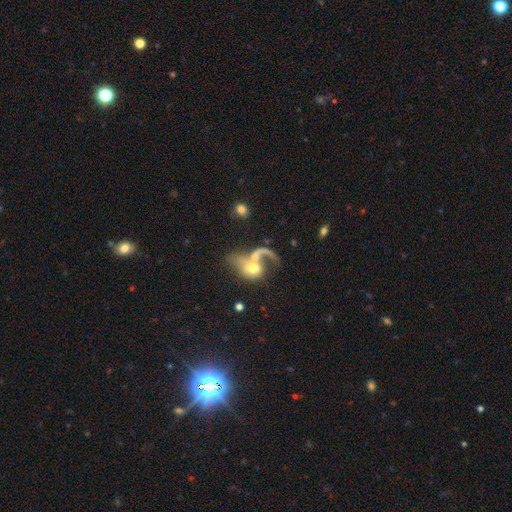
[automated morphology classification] featured or disk 55%, smooth 36%, star or artifact 9%. Down the decision tree: edge-on disk — no (94%); bar — no (73%); spiral arms — yes (61%); bulge size — moderate (54%); merging — merger (52%).